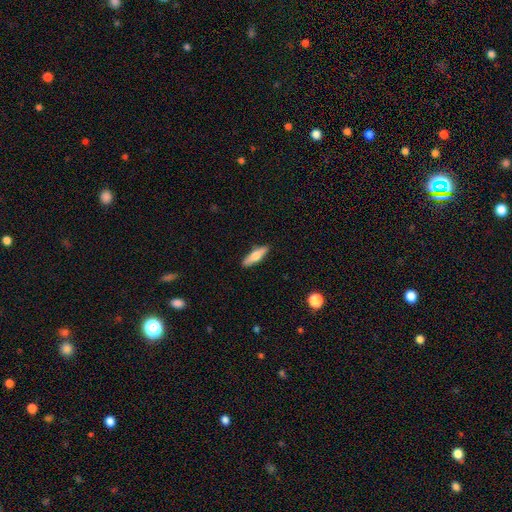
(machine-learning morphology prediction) A smooth galaxy with no disk features (59%) that is cigar-shaped (61%). Merging: none (89%).